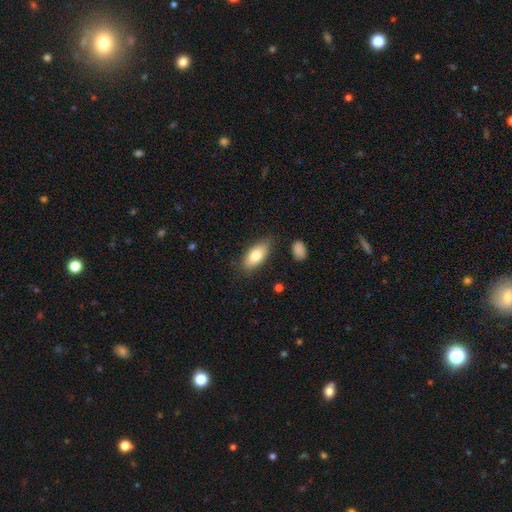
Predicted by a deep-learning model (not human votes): Q: Smooth or featured?
A: smooth (79%); runner-up: featured or disk (15%)
Q: How rounded?
A: in between (87%); runner-up: cigar-shaped (10%)
Q: Merging?
A: none (81%); runner-up: minor disturbance (14%)